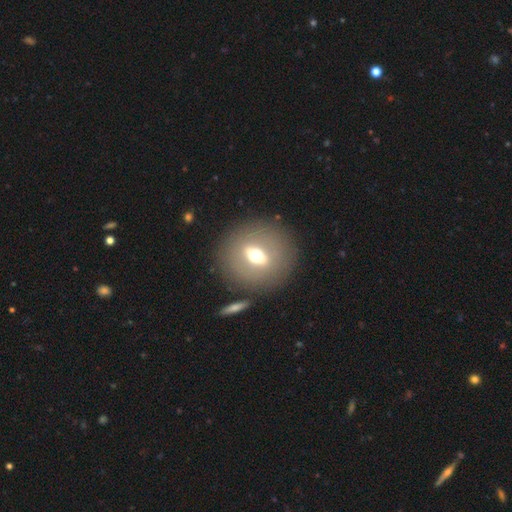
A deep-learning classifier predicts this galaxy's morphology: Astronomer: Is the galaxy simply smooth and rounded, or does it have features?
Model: featured or disk — 47% (runner-up: smooth, 43%).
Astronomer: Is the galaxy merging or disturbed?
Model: none — 83%.